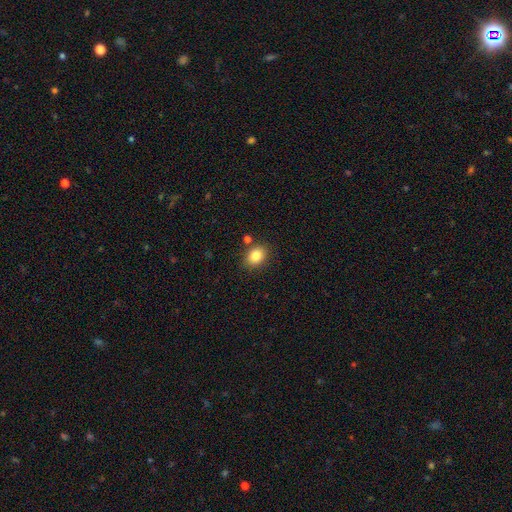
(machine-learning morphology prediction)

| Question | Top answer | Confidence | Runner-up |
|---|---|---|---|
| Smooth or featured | smooth | 84% | star or artifact (10%) |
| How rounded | in between | 58% | round (41%) |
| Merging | none | 81% | minor disturbance (11%) |